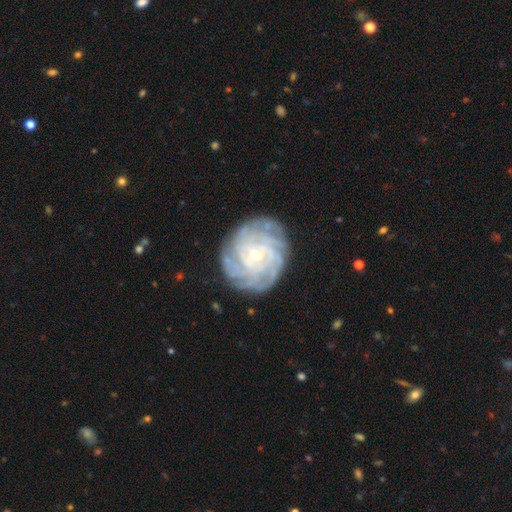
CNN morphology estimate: Q: Smooth or featured?
A: featured or disk (85%); runner-up: smooth (8%)
Q: Edge-on disk?
A: no (98%); runner-up: yes (2%)
Q: Bar?
A: no (64%); runner-up: weak (29%)
Q: Spiral arms?
A: yes (96%); runner-up: no (4%)
Q: Spiral winding?
A: tight (79%); runner-up: medium (17%)
Q: Spiral arm count?
A: can't tell (29%); runner-up: more than 4 (27%)
Q: Bulge size?
A: small (74%); runner-up: moderate (22%)
Q: Merging?
A: none (82%); runner-up: minor disturbance (13%)